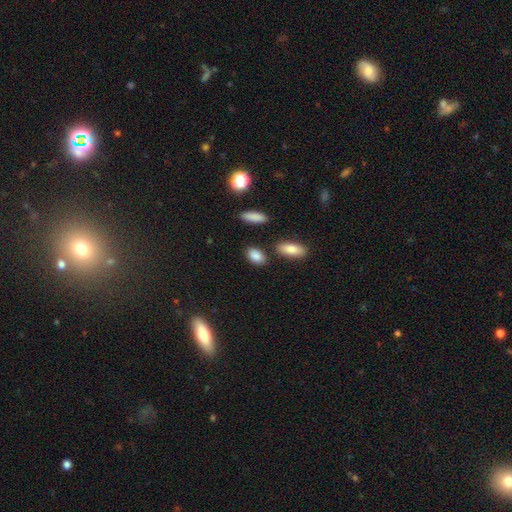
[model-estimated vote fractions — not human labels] smooth 87%, star or artifact 8%, featured or disk 5%. Down the decision tree: how rounded — in between (86%); merging — none (81%).